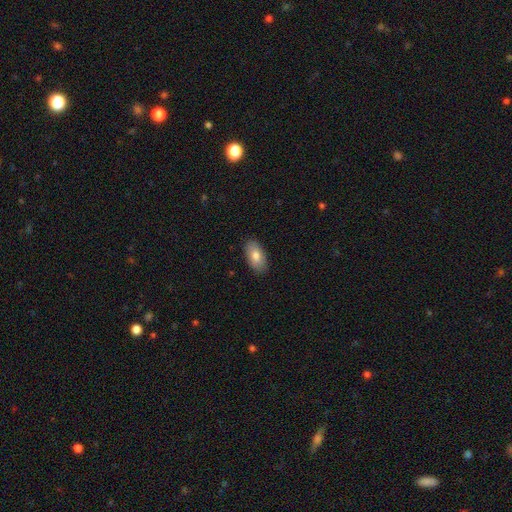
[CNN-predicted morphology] smooth_or_featured: smooth (p=0.79) [alt: featured or disk p=0.15]
how_rounded: in between (p=0.95) [alt: round p=0.03]
merging: none (p=0.88) [alt: minor disturbance p=0.09]